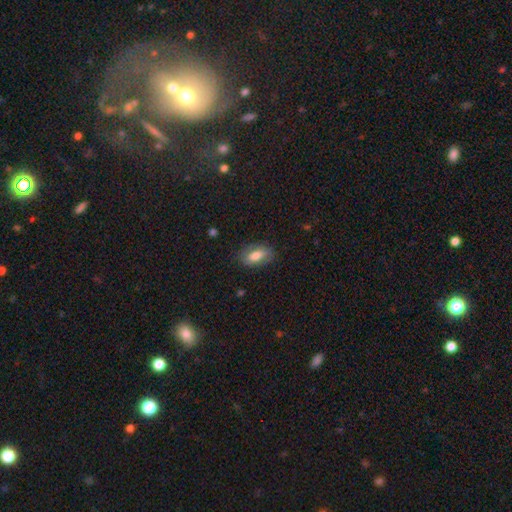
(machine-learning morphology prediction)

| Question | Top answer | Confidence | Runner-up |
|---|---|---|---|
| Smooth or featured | smooth | 72% | featured or disk (21%) |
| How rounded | in between | 88% | cigar-shaped (6%) |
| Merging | none | 77% | minor disturbance (17%) |